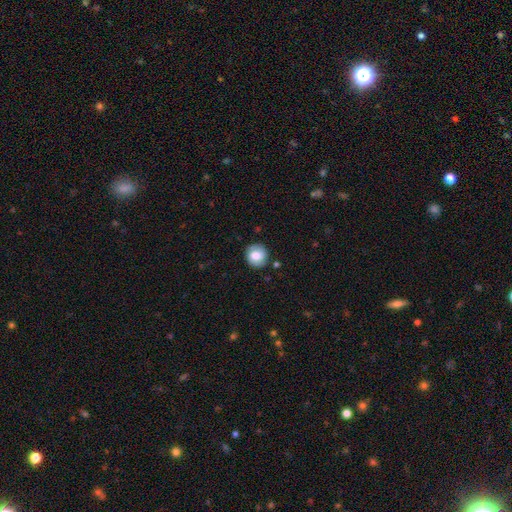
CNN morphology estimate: Smooth or featured? Predicted: smooth (p=0.70). How rounded? Predicted: round (p=0.86). Merging? Predicted: none (p=0.84).